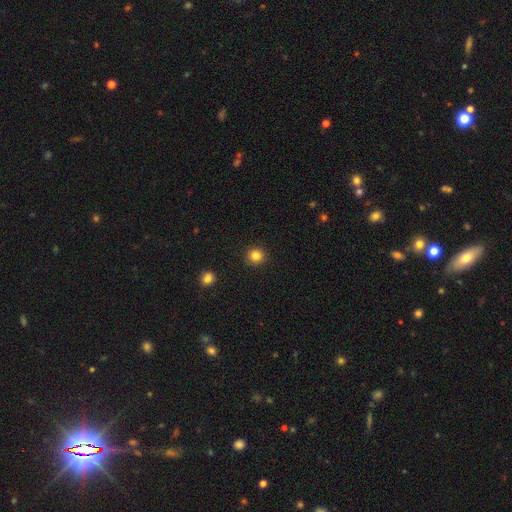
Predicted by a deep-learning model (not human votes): smooth_or_featured: smooth (p=0.84) [alt: star or artifact p=0.11]
how_rounded: round (p=0.94) [alt: in between p=0.05]
merging: none (p=0.92) [alt: minor disturbance p=0.05]